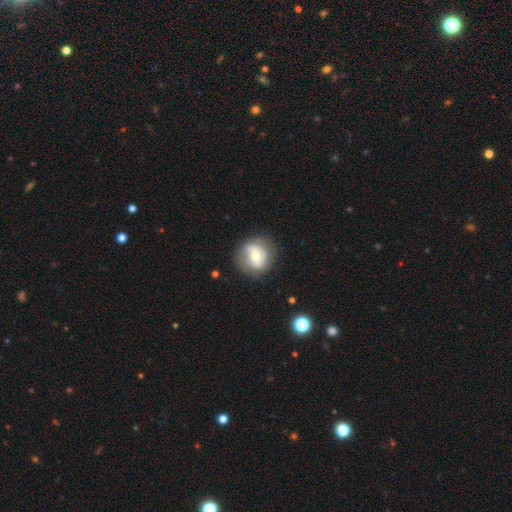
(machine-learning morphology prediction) Smooth or featured? Predicted: featured or disk (p=0.55). Edge-on disk? Predicted: no (p=0.96). Bar? Predicted: weak (p=0.43). Spiral arms? Predicted: yes (p=0.67). Bulge size? Predicted: moderate (p=0.67). Merging? Predicted: none (p=0.75).